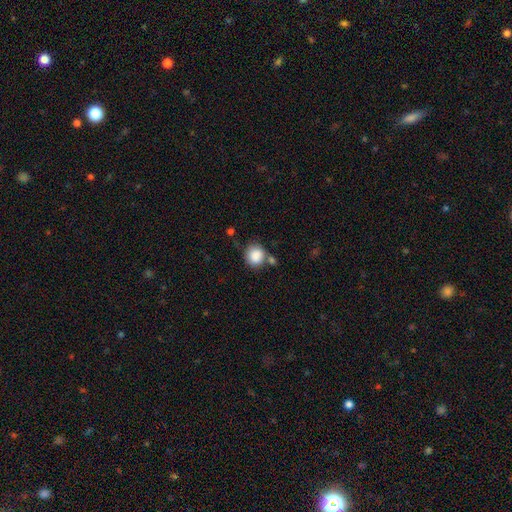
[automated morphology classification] Smooth or featured? smooth (87%)
How rounded? round (81%)
Merging? none (61%)